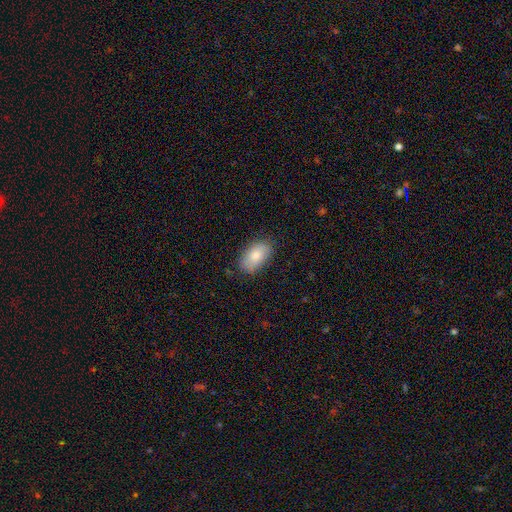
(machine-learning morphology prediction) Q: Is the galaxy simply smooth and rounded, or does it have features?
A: smooth — 82%.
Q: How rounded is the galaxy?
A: in between — 93%.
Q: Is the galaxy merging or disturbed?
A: none — 82%.